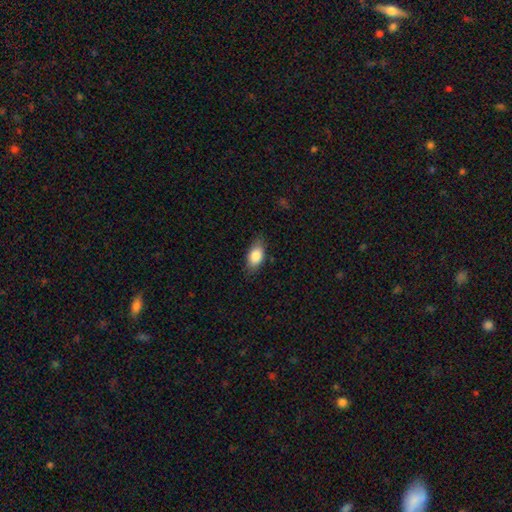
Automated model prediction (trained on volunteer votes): Smooth or featured?
  - smooth: 83% *
  - featured or disk: 10%
  - star or artifact: 7%
How rounded?
  - in between: 88% *
  - round: 7%
  - cigar-shaped: 5%
Merging?
  - none: 79% *
  - minor disturbance: 17%
  - major disturbance: 4%
  - merger: 1%